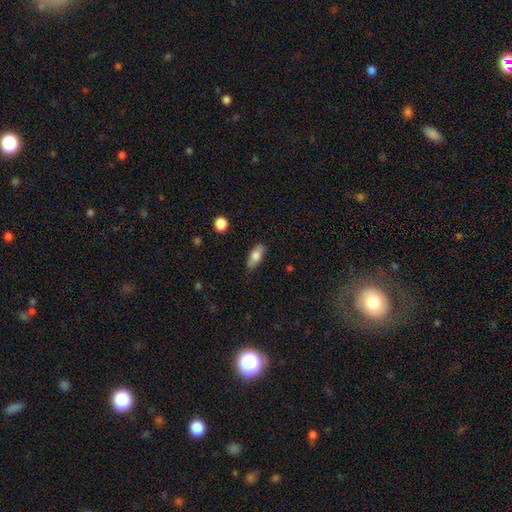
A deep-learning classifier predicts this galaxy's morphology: Smooth or featured: smooth — 77% (featured or disk — 16%)
How rounded: in between — 80% (cigar-shaped — 17%)
Merging: none — 81% (minor disturbance — 15%)